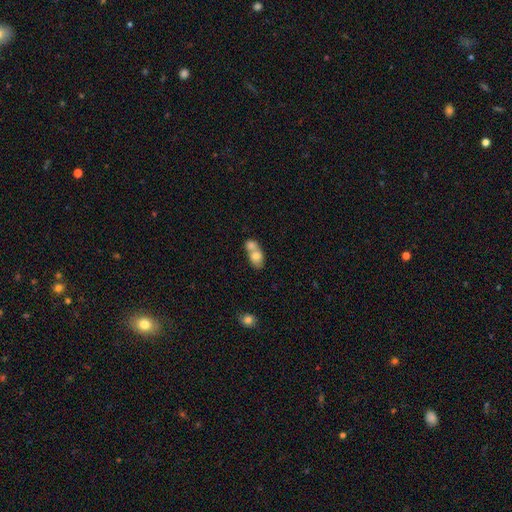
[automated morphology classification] A smooth galaxy with no disk features (73%) that is in between round and cigar-shaped (73%).

Vote fractions:
- Smooth or featured? smooth: 73% / featured or disk: 19% / star or artifact: 7%
- How rounded? in between: 73% / round: 24% / cigar-shaped: 3%
- Merging? merger: 72% / none: 18% / minor disturbance: 6% / major disturbance: 3%